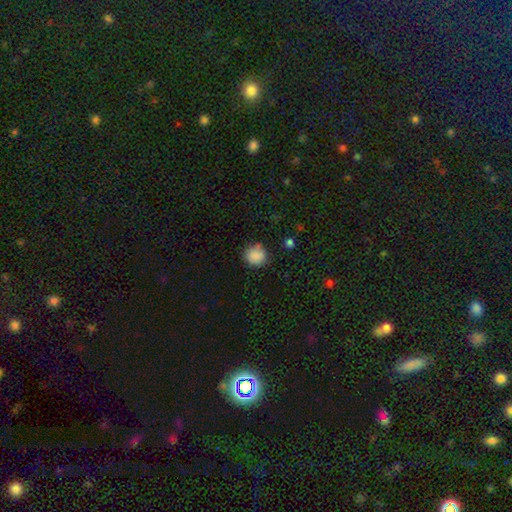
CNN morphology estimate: Smooth or featured? Predicted: smooth (p=0.87). How rounded? Predicted: round (p=0.87). Merging? Predicted: none (p=0.80).